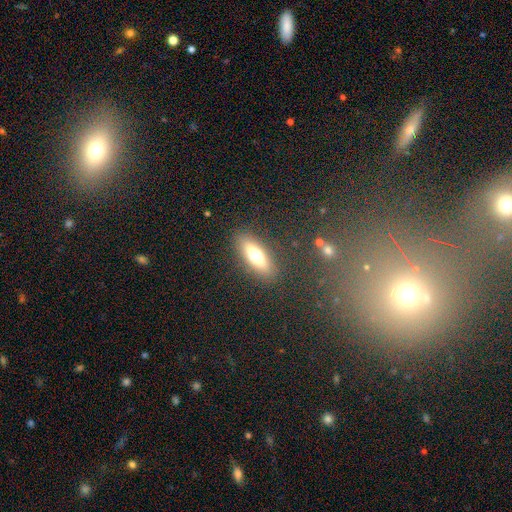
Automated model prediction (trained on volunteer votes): The model was most divided on "how rounded": in between: 52%, cigar-shaped: 46%, round: 3%. More confident: merging — none (87%); smooth or featured — smooth (61%).